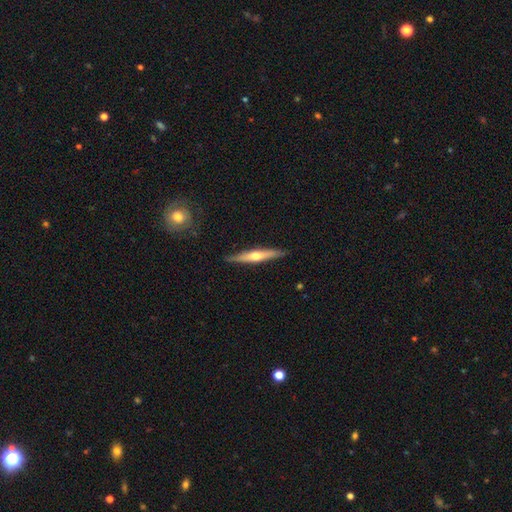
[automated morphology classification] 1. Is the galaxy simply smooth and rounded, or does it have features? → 61% featured or disk, 34% smooth, 5% star or artifact.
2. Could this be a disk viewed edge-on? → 95% yes, 5% no.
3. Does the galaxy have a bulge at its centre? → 89% rounded, 8% none, 3% boxy.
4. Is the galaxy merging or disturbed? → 87% none, 10% minor disturbance, 2% major disturbance, 1% merger.